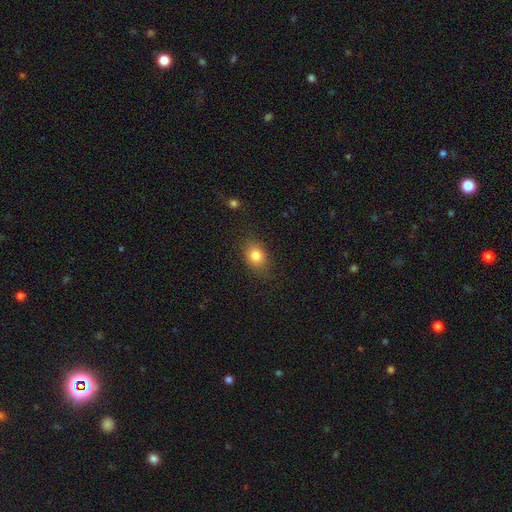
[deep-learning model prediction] smooth-or-featured: smooth: 81% | star or artifact: 10% | featured or disk: 9%
  how-rounded: in between: 59% | round: 39% | cigar-shaped: 1%
  merging: none: 82% | minor disturbance: 12% | major disturbance: 4% | merger: 1%